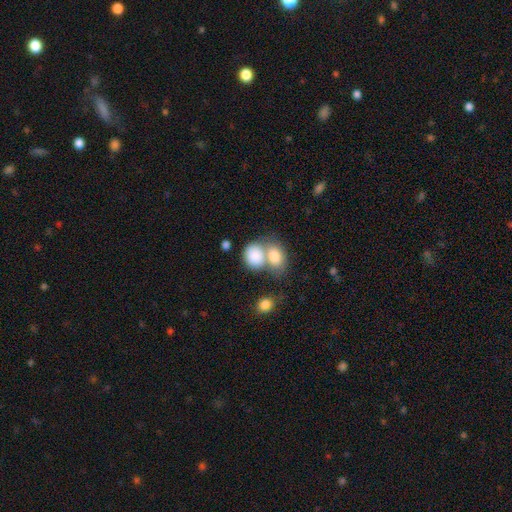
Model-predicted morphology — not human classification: smooth 83%, featured or disk 10%, star or artifact 8%. Down the decision tree: how rounded — in between (52%); merging — merger (59%).